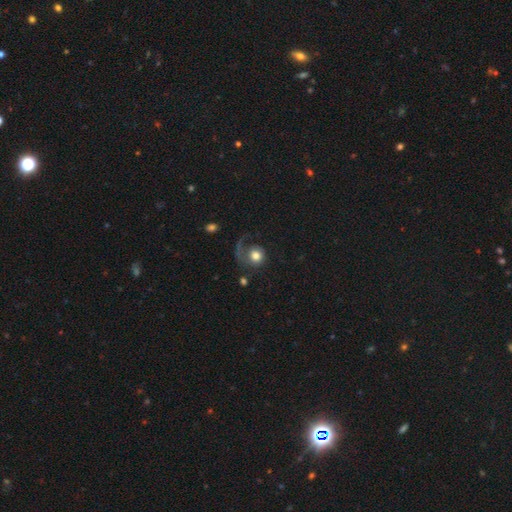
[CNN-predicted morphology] smooth_or_featured: smooth (p=0.52) [alt: featured or disk p=0.39]
how_rounded: round (p=0.83) [alt: in between p=0.16]
merging: major disturbance (p=0.42) [alt: none p=0.40]